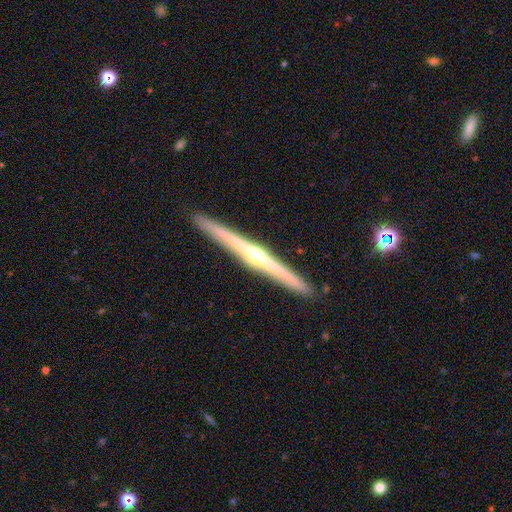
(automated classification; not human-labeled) Morphology: type=featured or disk (83%); edge-on=yes (99%); edge-on bulge=rounded (89%); merging=none (93%).